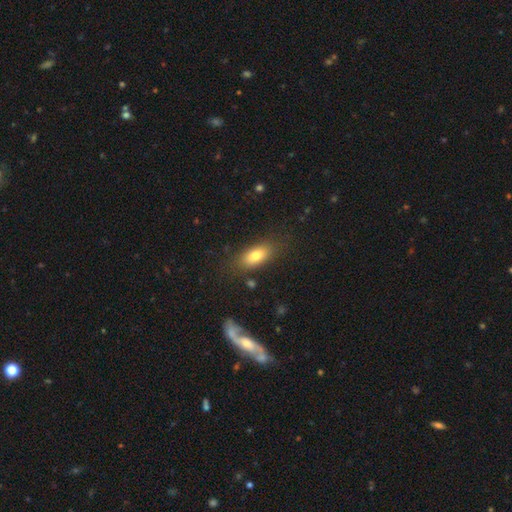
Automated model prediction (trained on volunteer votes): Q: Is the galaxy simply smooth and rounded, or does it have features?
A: smooth — 76%.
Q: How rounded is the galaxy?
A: in between — 84%.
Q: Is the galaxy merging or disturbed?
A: none — 79%.